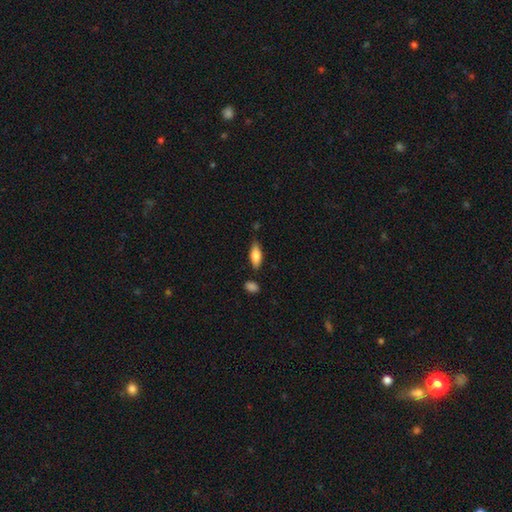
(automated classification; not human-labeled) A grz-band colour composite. It shows a smooth galaxy with no disk features (72%) that is in between round and cigar-shaped (69%). Merging: none (77%).